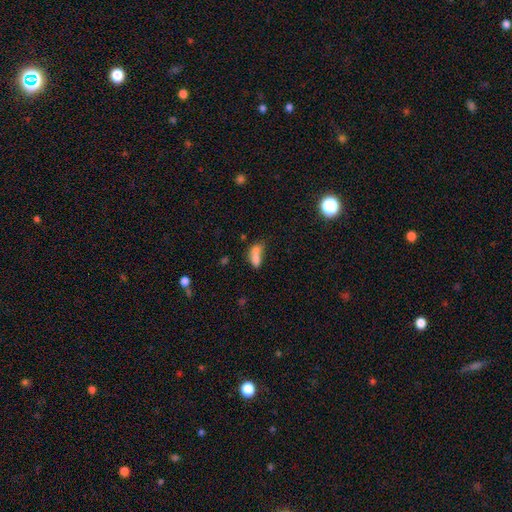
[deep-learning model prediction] Smooth or featured? Predicted: smooth (p=0.72). How rounded? Predicted: in between (p=0.76). Merging? Predicted: merger (p=0.64).